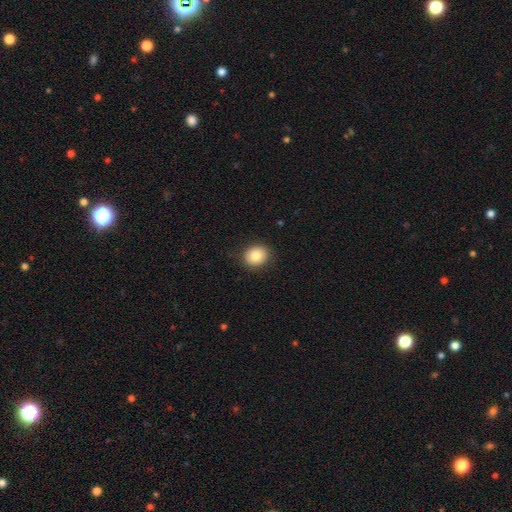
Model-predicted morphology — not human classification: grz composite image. It shows a smooth galaxy with no disk features (81%) that is round (66%). Merging: none (86%).